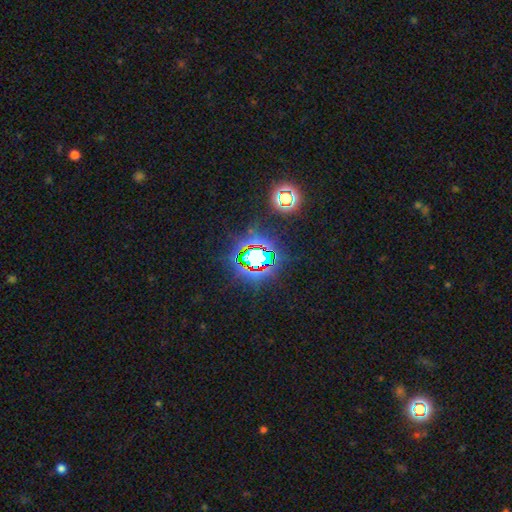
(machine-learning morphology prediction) smooth-or-featured: star or artifact: 75% | smooth: 14% | featured or disk: 11%